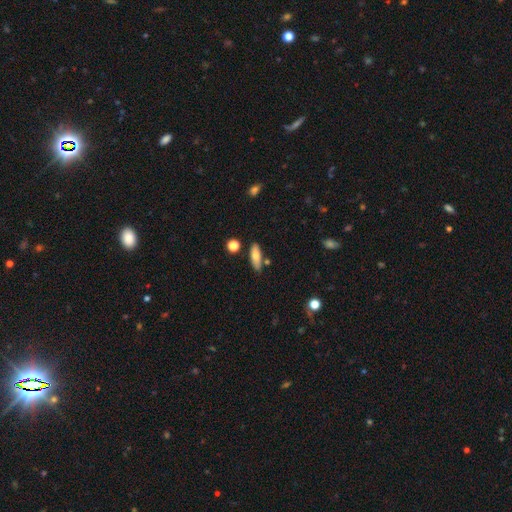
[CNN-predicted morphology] Smooth or featured? Predicted: smooth (p=0.75). How rounded? Predicted: in between (p=0.59). Merging? Predicted: none (p=0.76).